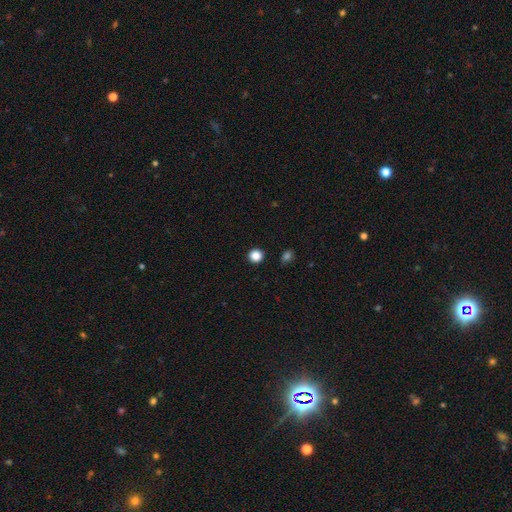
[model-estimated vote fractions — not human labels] This appears to be a smooth galaxy with no disk features (86%) that is round (92%). Merging: none (92%).